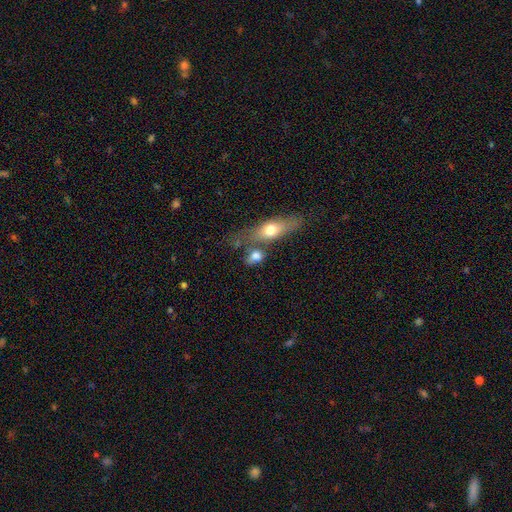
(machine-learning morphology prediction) Smooth or featured: smooth — 71% (featured or disk — 20%)
How rounded: in between — 59% (round — 28%)
Merging: none — 48% (merger — 31%)